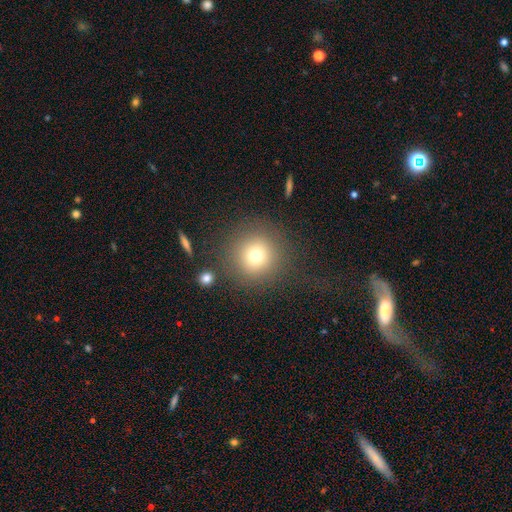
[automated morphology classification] smooth-or-featured: smooth: 73% | star or artifact: 15% | featured or disk: 12%
  how-rounded: round: 94% | in between: 5% | cigar-shaped: 1%
  merging: none: 83% | minor disturbance: 8% | major disturbance: 6% | merger: 3%